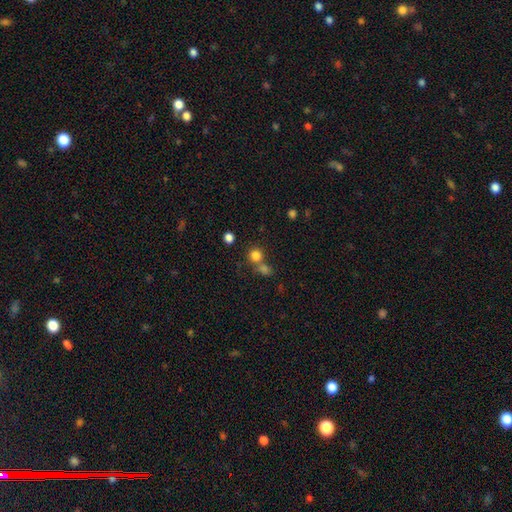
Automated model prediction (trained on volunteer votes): Smooth or featured: smooth — 80% (star or artifact — 14%)
How rounded: round — 88% (in between — 11%)
Merging: none — 56% (merger — 32%)